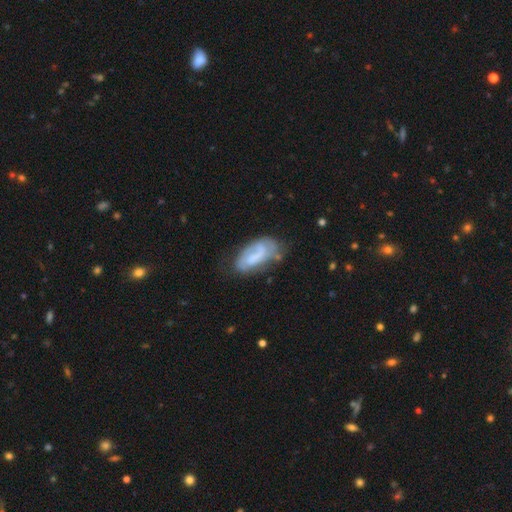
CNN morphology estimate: The model was most divided on "bar" (2-way tie): no: 40%, weak: 40%, strong: 19%. Remaining: edge-on disk — no (94%); spiral arms — yes (73%); smooth or featured — featured or disk (54%); merging — none (51%); bulge size — none (46%).